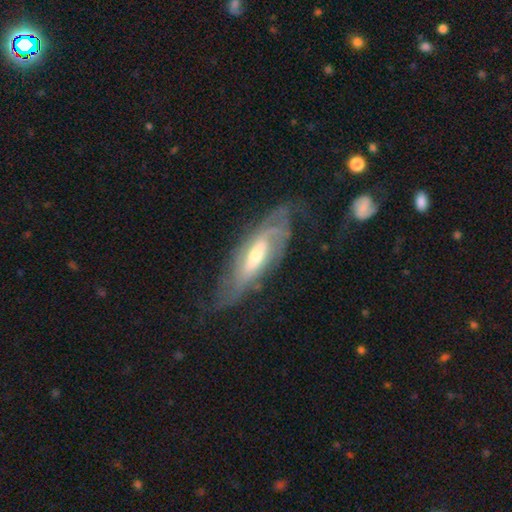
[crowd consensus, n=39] A featured or disk galaxy (72%) with a weak bar (58%), medium (44%) spiral arms (95%) and a moderate central bulge (58%). Merging: none (47%).